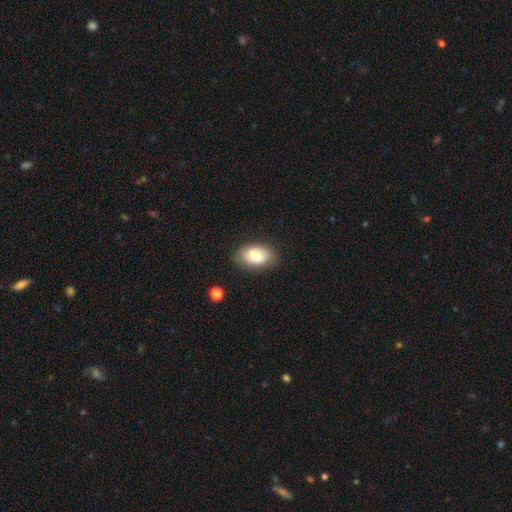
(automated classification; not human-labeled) Smooth or featured?
  - smooth: 69% *
  - featured or disk: 24%
  - star or artifact: 8%
How rounded?
  - in between: 92% *
  - round: 5%
  - cigar-shaped: 2%
Merging?
  - none: 78% *
  - minor disturbance: 17%
  - major disturbance: 4%
  - merger: 2%